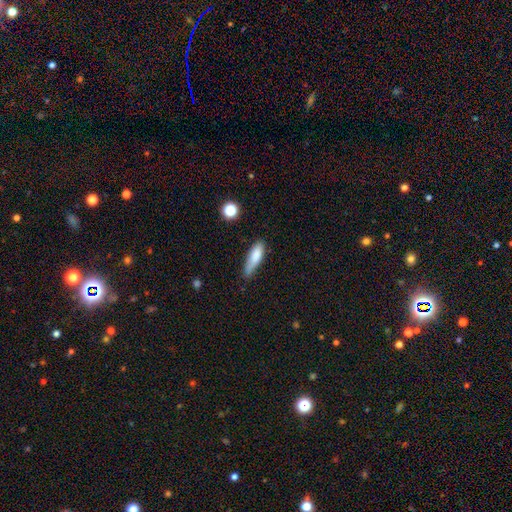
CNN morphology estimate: The model was most divided on "how rounded": cigar-shaped: 55%, in between: 43%, round: 2%. More confident: smooth or featured — smooth (80%); merging — none (57%).